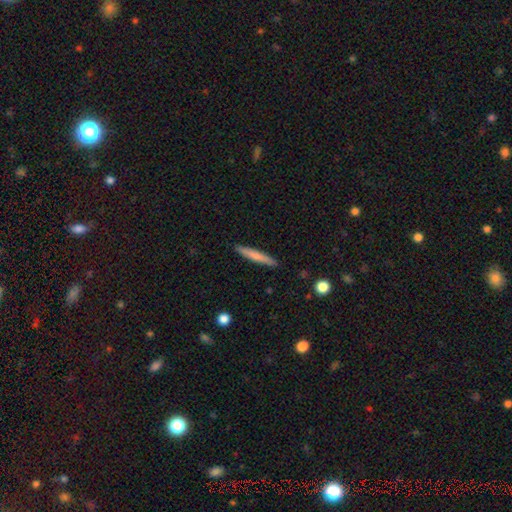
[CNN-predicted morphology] Overall: smooth (70%). How rounded: cigar-shaped (95%). Merging: none (91%).